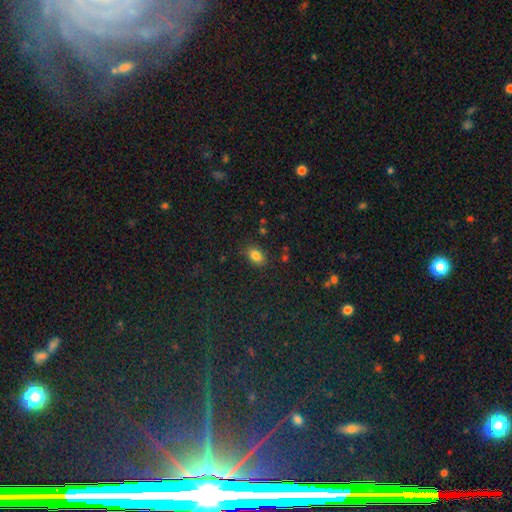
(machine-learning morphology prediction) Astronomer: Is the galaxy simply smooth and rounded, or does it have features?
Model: smooth — 82%.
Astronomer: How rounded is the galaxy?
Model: in between — 82%.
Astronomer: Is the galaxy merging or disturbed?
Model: none — 82%.